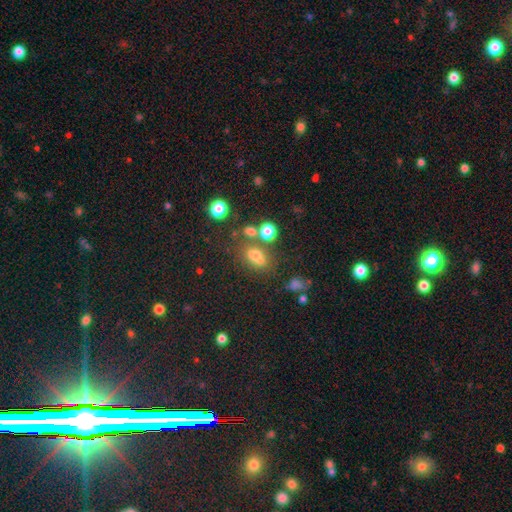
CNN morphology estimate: The model was most divided on "merging": none: 52%, merger: 27%, minor disturbance: 14%, major disturbance: 7%. More confident: how rounded — in between (63%); smooth or featured — smooth (61%).